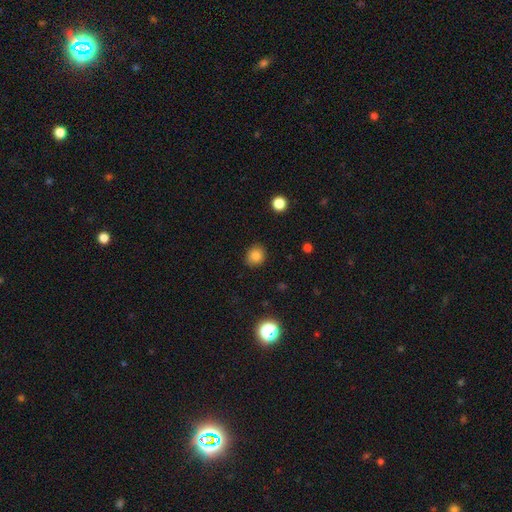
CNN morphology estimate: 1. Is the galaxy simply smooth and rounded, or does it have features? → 82% smooth, 12% star or artifact, 6% featured or disk.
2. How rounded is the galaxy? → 75% round, 24% in between, 1% cigar-shaped.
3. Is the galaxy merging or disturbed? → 87% none, 9% minor disturbance, 2% major disturbance, 1% merger.